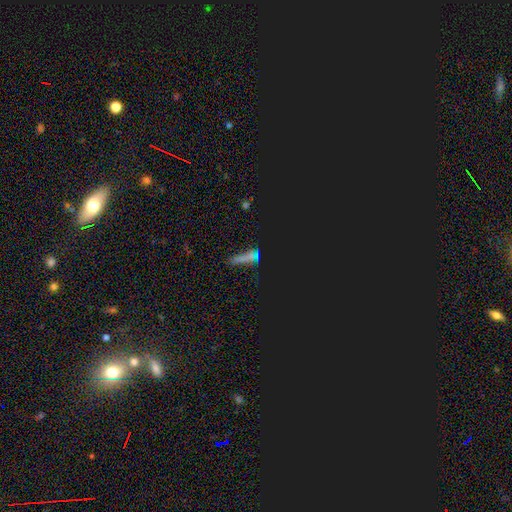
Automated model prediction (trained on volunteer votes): Overall: star or artifact (64%; smooth 25%).